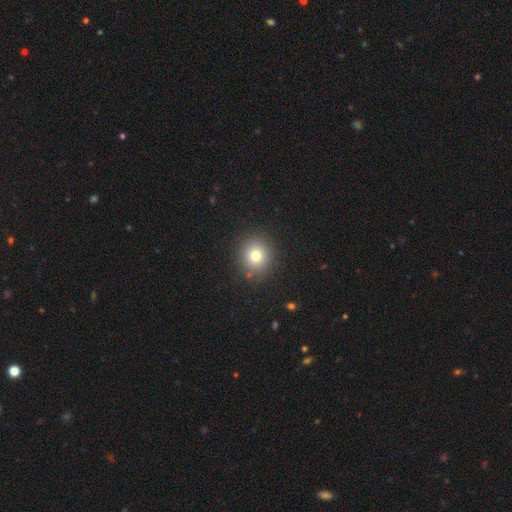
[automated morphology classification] Smooth or featured: smooth — 77% (star or artifact — 14%)
How rounded: round — 88% (in between — 11%)
Merging: none — 89% (minor disturbance — 7%)